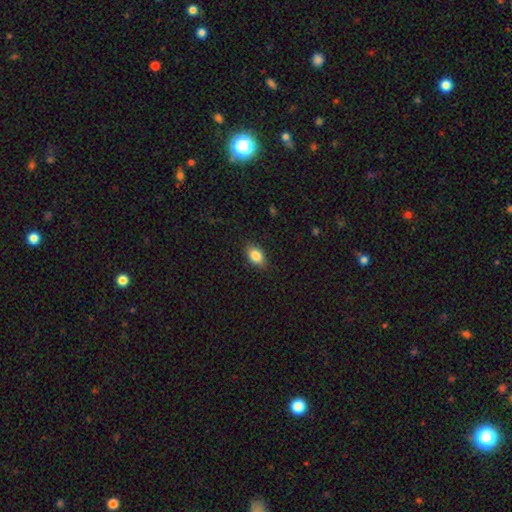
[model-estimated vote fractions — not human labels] smooth-or-featured: smooth: 86% | star or artifact: 8% | featured or disk: 7%
  how-rounded: in between: 87% | round: 11% | cigar-shaped: 2%
  merging: none: 86% | minor disturbance: 10% | major disturbance: 2% | merger: 1%